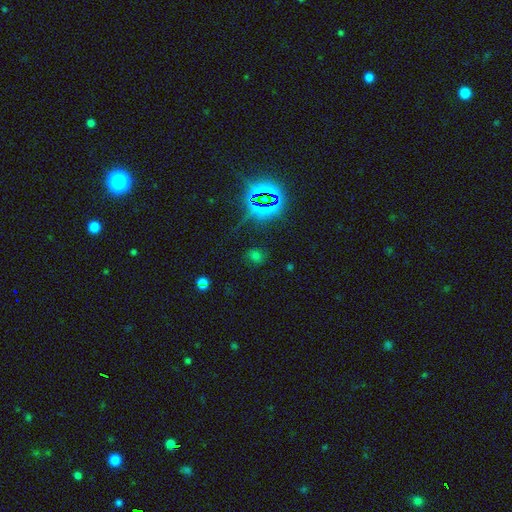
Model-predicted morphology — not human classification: This is possibly a star or artifact rather than a galaxy (50%).